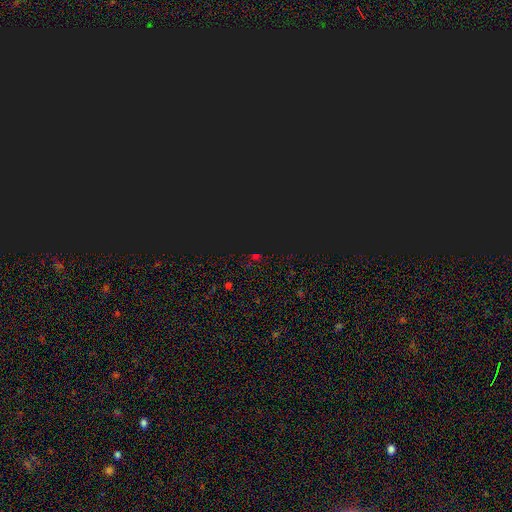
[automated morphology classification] Smooth or featured: star or artifact — 75% (smooth — 18%)